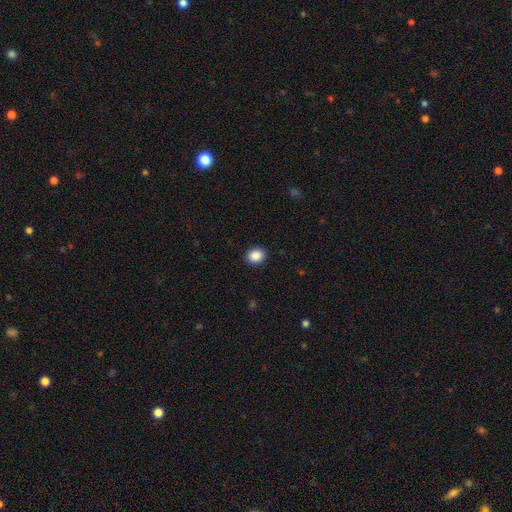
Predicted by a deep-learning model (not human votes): Smooth or featured: smooth — 88% (star or artifact — 9%)
How rounded: round — 65% (in between — 34%)
Merging: none — 91% (minor disturbance — 6%)